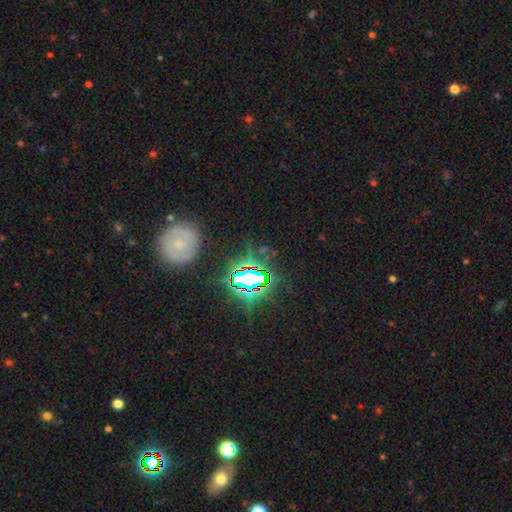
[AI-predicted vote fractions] This appears to be a star or artifact, not a galaxy (73%).